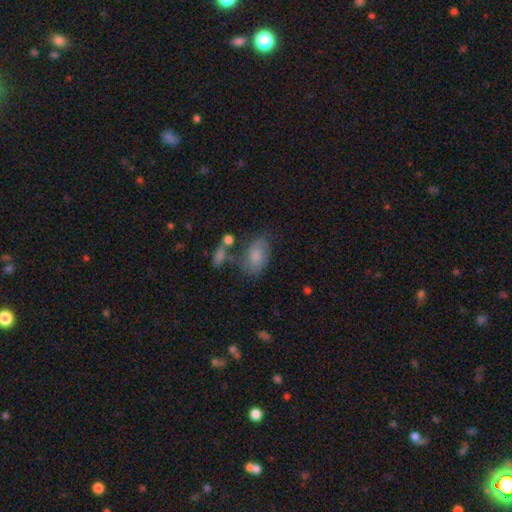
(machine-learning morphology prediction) type=smooth (66%); roundness=in between (87%); merging=none (53%).